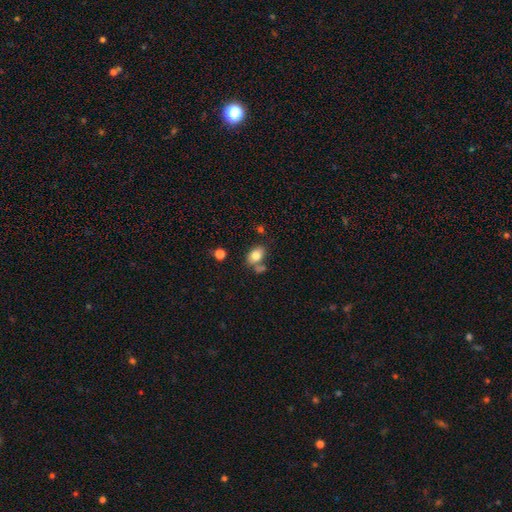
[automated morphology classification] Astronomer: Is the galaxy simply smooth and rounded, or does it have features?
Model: smooth — 81%.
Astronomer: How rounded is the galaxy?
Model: in between — 85%.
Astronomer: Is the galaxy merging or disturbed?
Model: none — 58%.